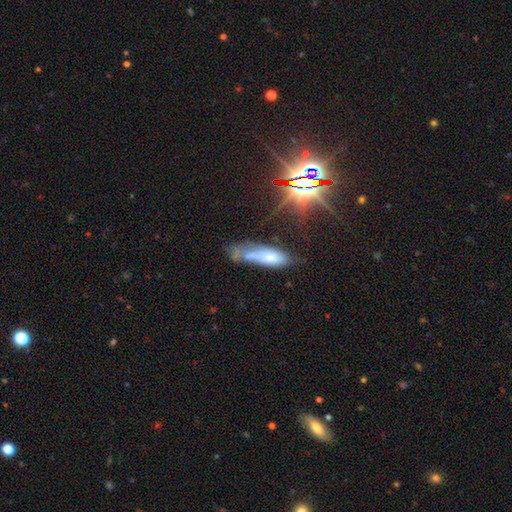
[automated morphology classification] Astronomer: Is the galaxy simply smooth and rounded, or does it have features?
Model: smooth — 54%.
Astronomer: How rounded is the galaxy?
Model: cigar-shaped — 53% (runner-up: in between, 44%).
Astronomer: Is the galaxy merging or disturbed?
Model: none — 33% (runner-up: minor disturbance, 28%).